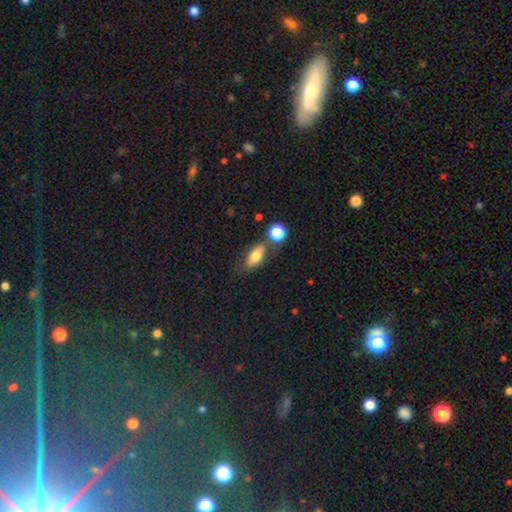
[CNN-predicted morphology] This appears to be a smooth galaxy with no disk features (72%) that is in between round and cigar-shaped (82%). Merging: none (62%).